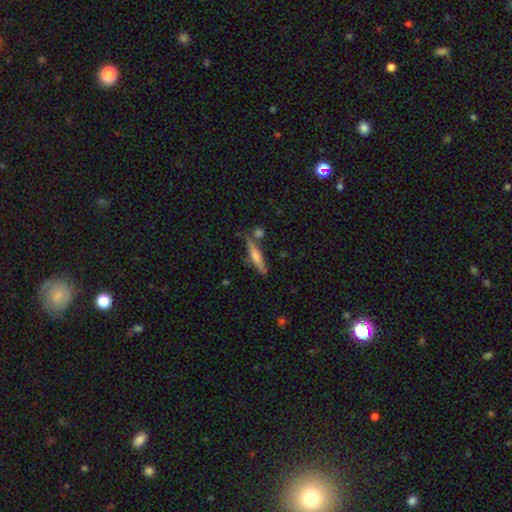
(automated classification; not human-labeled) A featured or disk galaxy (52%) viewed edge-on (96%). Merging: none (77%).